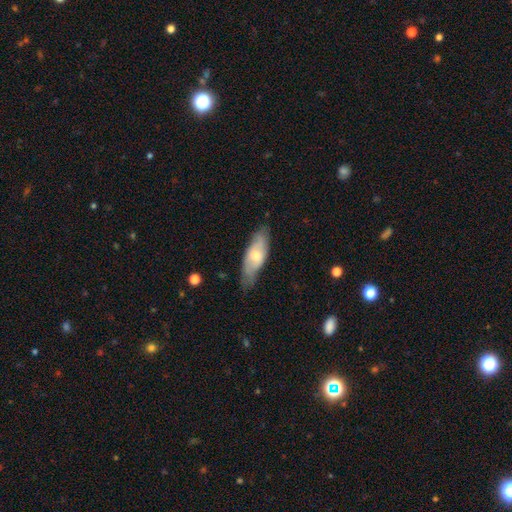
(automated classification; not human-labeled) smooth 55%, featured or disk 39%, star or artifact 6%. Down the decision tree: how rounded — in between (67%); merging — none (64%).